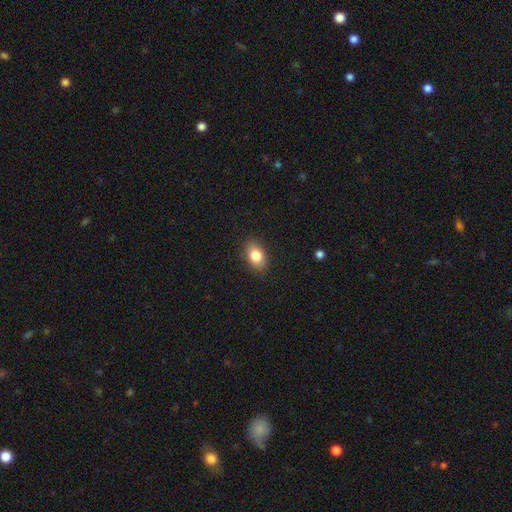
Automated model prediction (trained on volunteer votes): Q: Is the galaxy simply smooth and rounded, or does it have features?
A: smooth — 82%.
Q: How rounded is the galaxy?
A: in between — 84%.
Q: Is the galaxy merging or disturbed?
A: none — 87%.